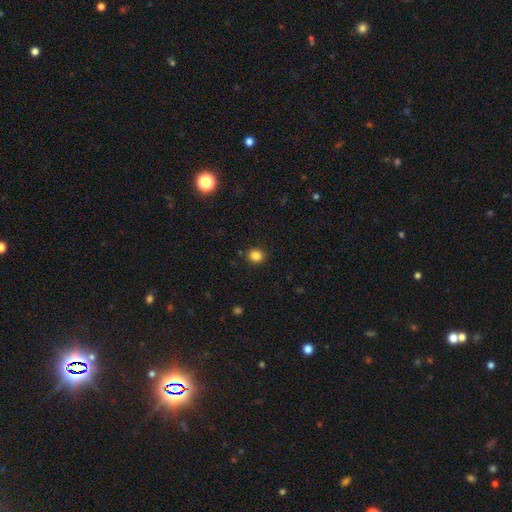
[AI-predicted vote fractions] Overall: smooth (84%). How rounded: round (80%). Merging: none (89%).